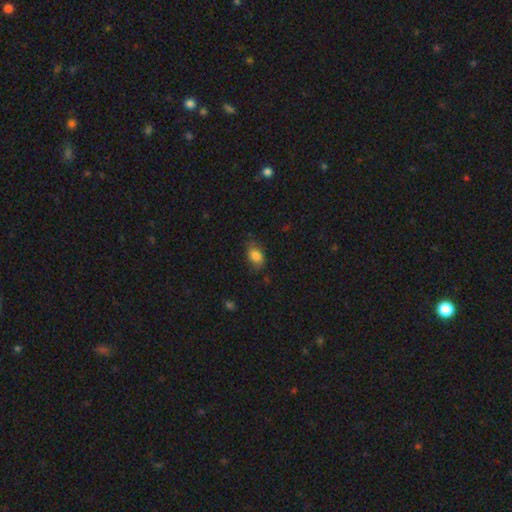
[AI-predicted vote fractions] Q: Smooth or featured?
A: smooth (81%); runner-up: featured or disk (10%)
Q: How rounded?
A: in between (79%); runner-up: round (20%)
Q: Merging?
A: none (63%); runner-up: minor disturbance (28%)